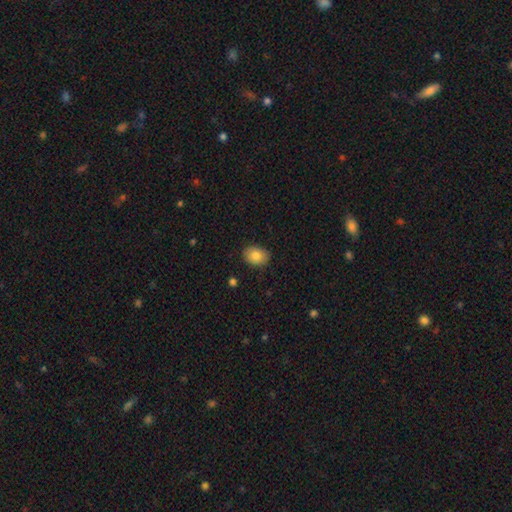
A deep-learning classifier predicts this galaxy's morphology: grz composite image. It shows a smooth galaxy with no disk features (84%) that is in between round and cigar-shaped (73%). Merging: none (86%).